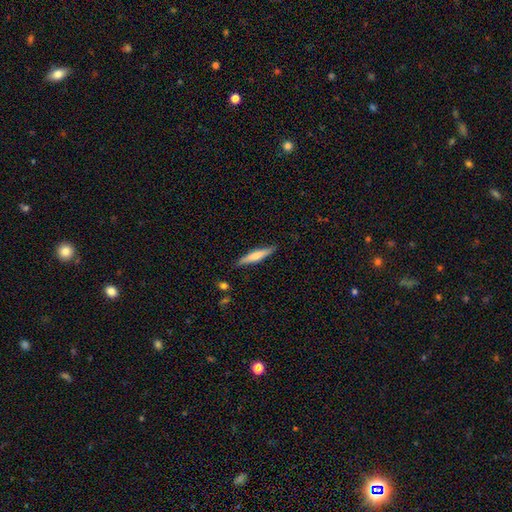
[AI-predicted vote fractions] This appears to be a smooth galaxy with no disk features (50%) that is cigar-shaped (88%). Merging: none (87%).